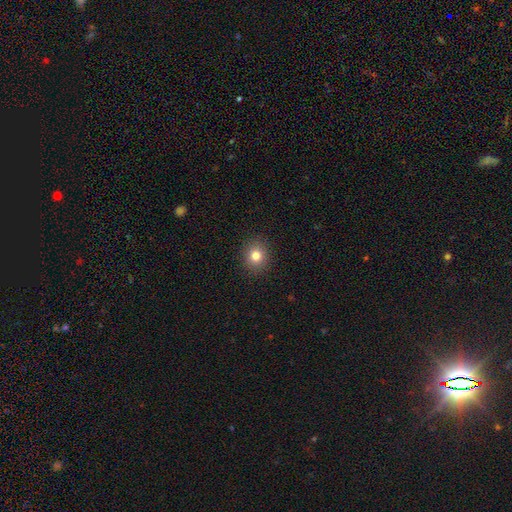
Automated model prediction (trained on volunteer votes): This appears to be a smooth galaxy with no disk features (80%) that is round (80%). Merging: none (91%).